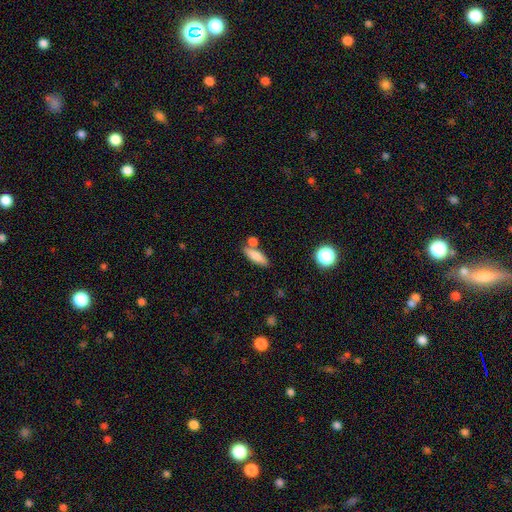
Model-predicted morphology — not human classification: type=smooth (78%); roundness=in between (55%); merging=none (67%).